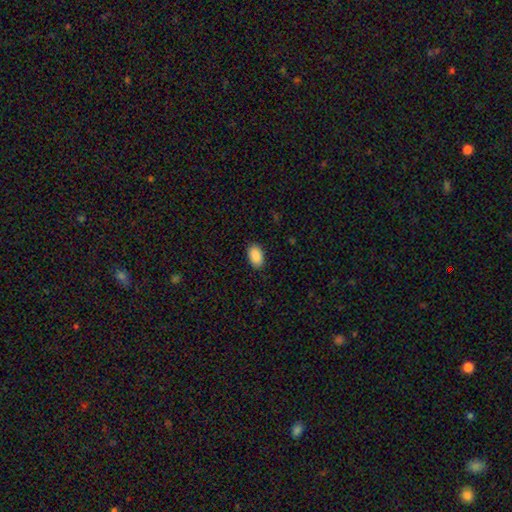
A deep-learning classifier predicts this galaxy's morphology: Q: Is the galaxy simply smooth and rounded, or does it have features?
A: smooth — 90%.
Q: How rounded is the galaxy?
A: in between — 93%.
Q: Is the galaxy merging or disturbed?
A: none — 89%.